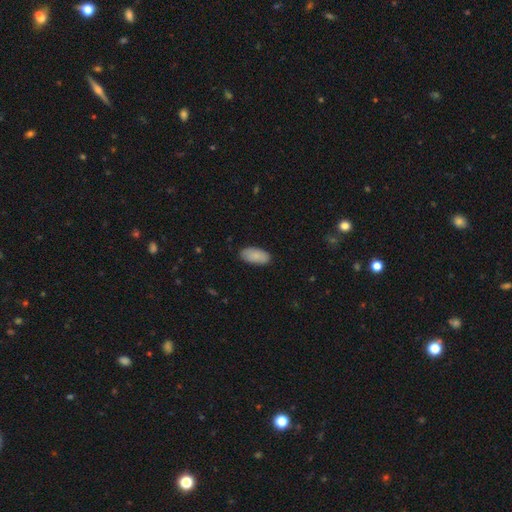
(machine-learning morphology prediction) smooth-or-featured: smooth: 87% | featured or disk: 7% | star or artifact: 6%
  how-rounded: in between: 94% | cigar-shaped: 4% | round: 2%
  merging: none: 85% | minor disturbance: 12% | major disturbance: 2% | merger: 1%